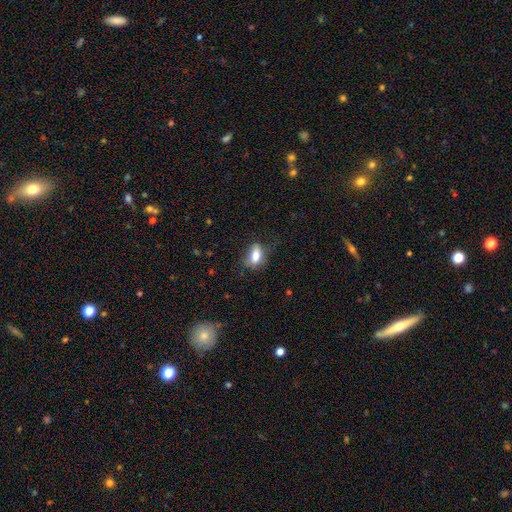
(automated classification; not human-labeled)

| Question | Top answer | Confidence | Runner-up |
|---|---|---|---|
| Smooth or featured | smooth | 77% | featured or disk (15%) |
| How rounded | in between | 85% | round (8%) |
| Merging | none | 62% | minor disturbance (25%) |